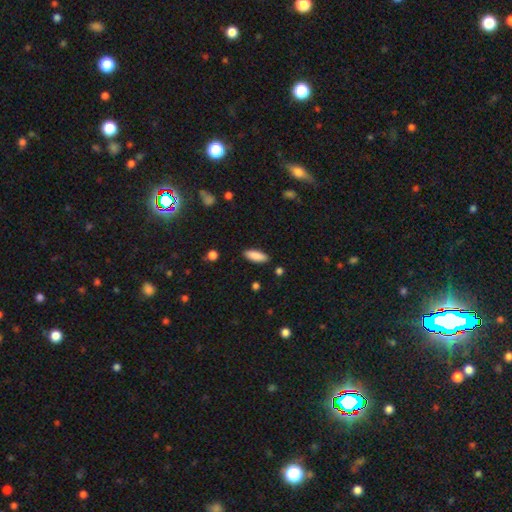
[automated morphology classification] A smooth galaxy with no disk features (88%) that is in between round and cigar-shaped (67%). Merging: none (88%).